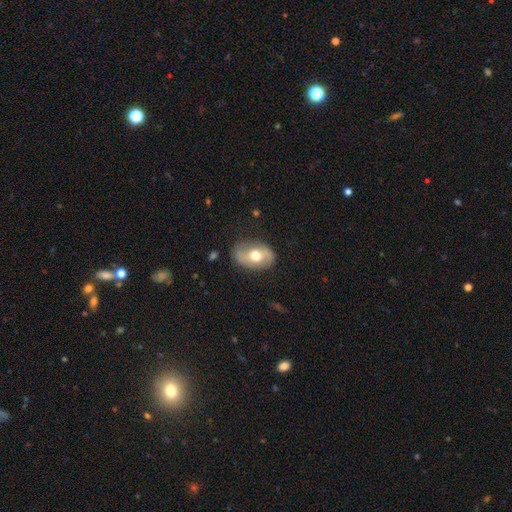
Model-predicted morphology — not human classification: Overall: smooth (48%; featured or disk 46%). Merging: none (74%).